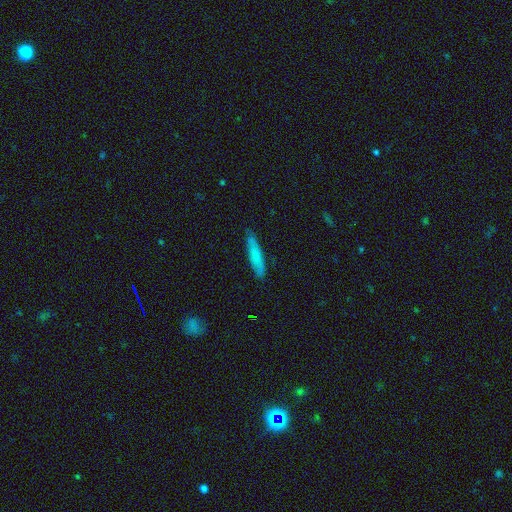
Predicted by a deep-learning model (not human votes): Q: Smooth or featured?
A: smooth (72%); runner-up: featured or disk (21%)
Q: How rounded?
A: cigar-shaped (88%); runner-up: in between (10%)
Q: Merging?
A: none (84%); runner-up: minor disturbance (13%)